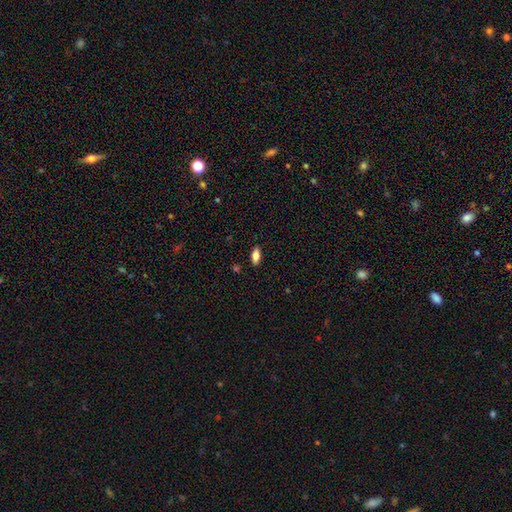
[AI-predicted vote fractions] Morphology: type=smooth (76%); roundness=in between (85%); merging=none (88%).